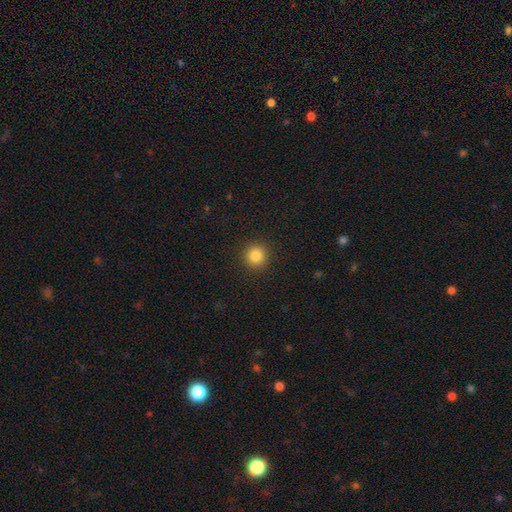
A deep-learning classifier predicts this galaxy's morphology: The model was most divided on "smooth or featured": smooth: 84%, star or artifact: 11%, featured or disk: 5%. More confident: how rounded — round (94%); merging — none (92%).